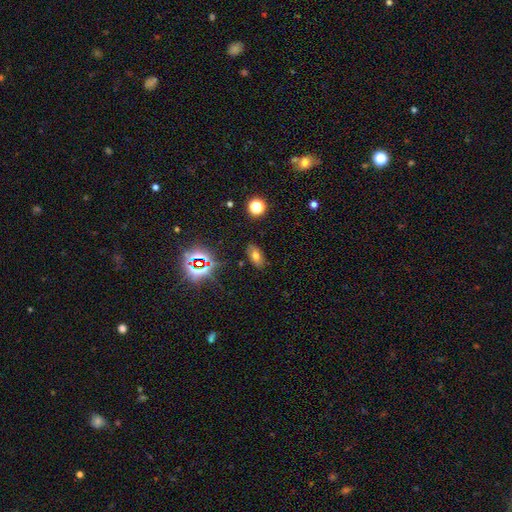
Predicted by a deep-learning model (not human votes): Smooth or featured? Predicted: smooth (p=0.62). How rounded? Predicted: in between (p=0.88). Merging? Predicted: none (p=0.84).